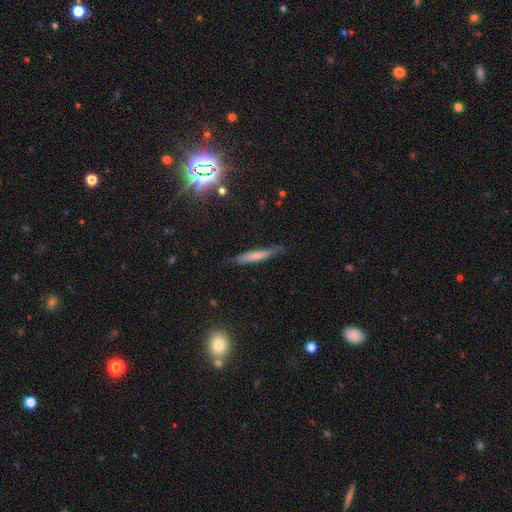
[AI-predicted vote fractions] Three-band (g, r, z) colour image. It shows a smooth galaxy with no disk features (63%) that is cigar-shaped (93%). Merging: none (75%).